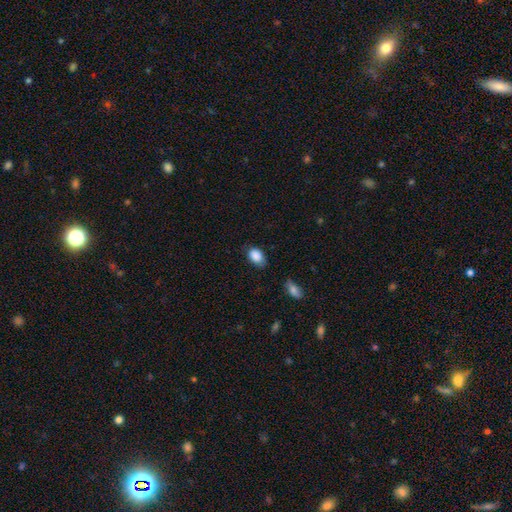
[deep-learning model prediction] Overall: smooth (88%). How rounded: in between (82%). Merging: none (70%).